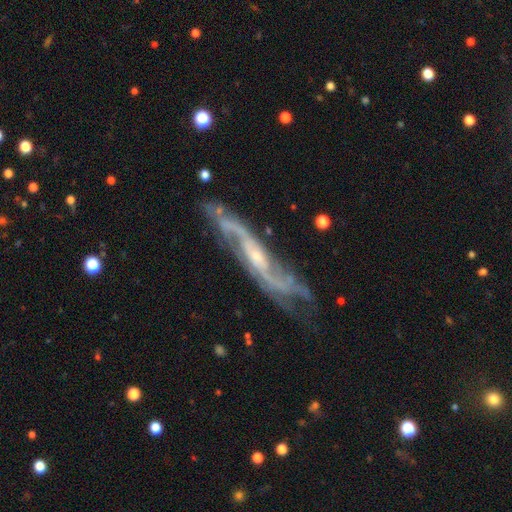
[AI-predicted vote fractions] featured or disk 89%, smooth 6%, star or artifact 6%. Down the decision tree: edge-on disk — no (79%); bar — no (48%); spiral arms — yes (96%); spiral arm count — 2 (65%); spiral winding — medium (44%); bulge size — small (69%); merging — none (61%).